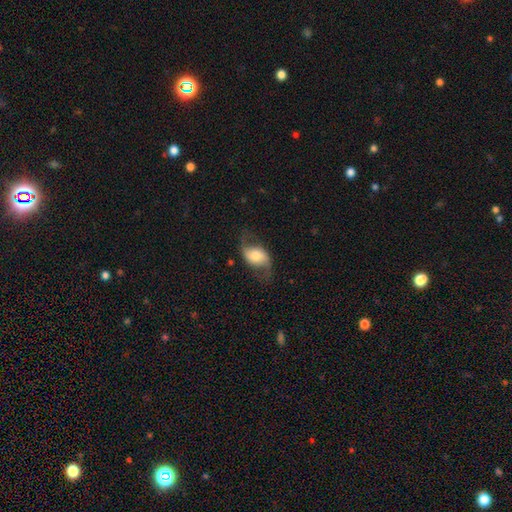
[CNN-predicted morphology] featured or disk 69%, smooth 24%, star or artifact 7%. Down the decision tree: edge-on disk — no (95%); bar — no (56%); spiral arms — yes (90%); spiral arm count — 2 (92%); spiral winding — loose (73%); bulge size — moderate (51%); merging — none (68%).